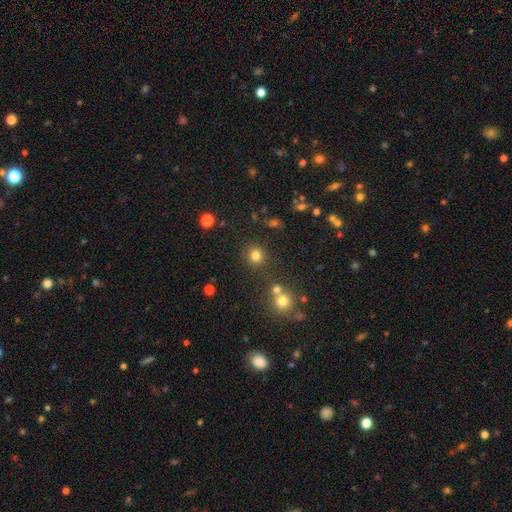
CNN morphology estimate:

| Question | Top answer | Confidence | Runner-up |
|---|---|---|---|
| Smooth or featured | smooth | 79% | star or artifact (16%) |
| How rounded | round | 92% | in between (7%) |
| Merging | none | 85% | minor disturbance (7%) |